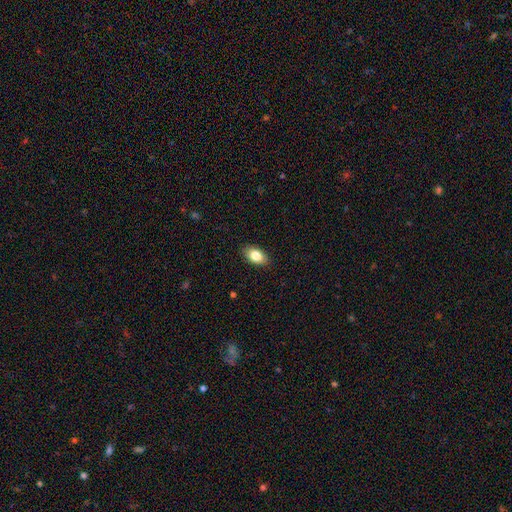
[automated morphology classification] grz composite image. It shows a smooth galaxy with no disk features (84%) that is in between round and cigar-shaped (90%). Merging: none (88%).